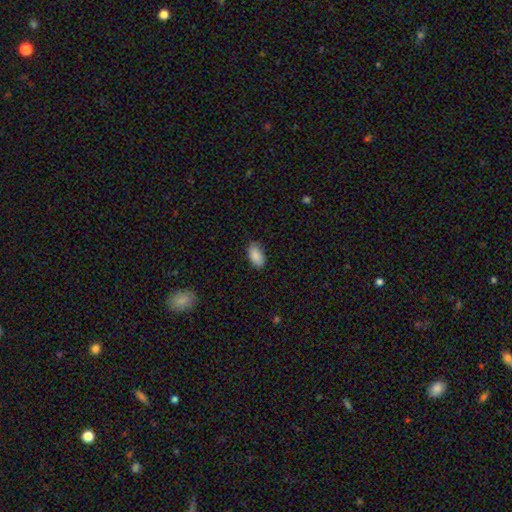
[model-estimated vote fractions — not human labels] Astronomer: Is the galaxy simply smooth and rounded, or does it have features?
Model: smooth — 89%.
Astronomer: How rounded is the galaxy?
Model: in between — 94%.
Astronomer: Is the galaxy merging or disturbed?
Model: none — 82%.